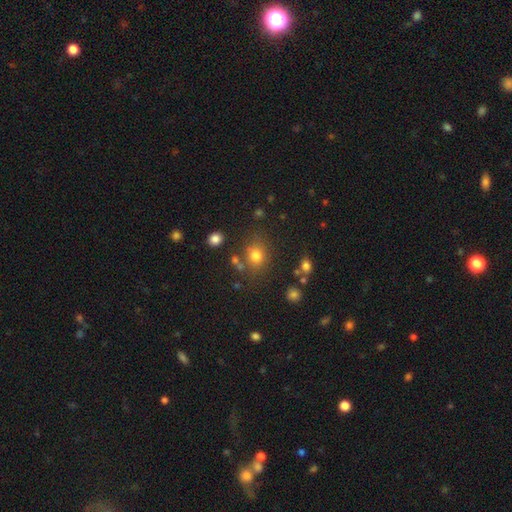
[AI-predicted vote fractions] Smooth or featured?
  - smooth: 76% *
  - star or artifact: 16%
  - featured or disk: 8%
How rounded?
  - round: 71% *
  - in between: 28%
  - cigar-shaped: 1%
Merging?
  - none: 74% *
  - minor disturbance: 12%
  - merger: 9%
  - major disturbance: 5%